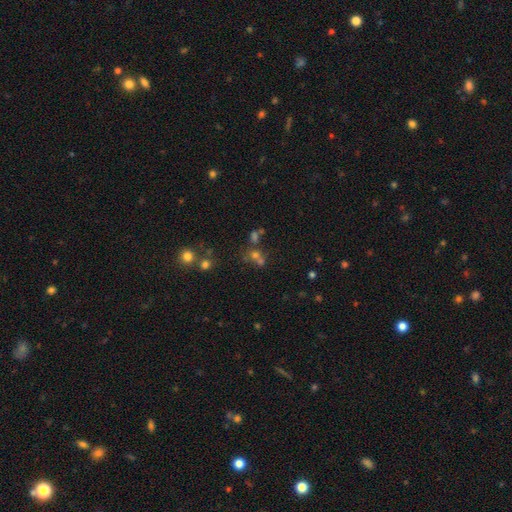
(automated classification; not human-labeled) smooth 45%, star or artifact 39%, featured or disk 16%. Down the decision tree: merging — none (48%).